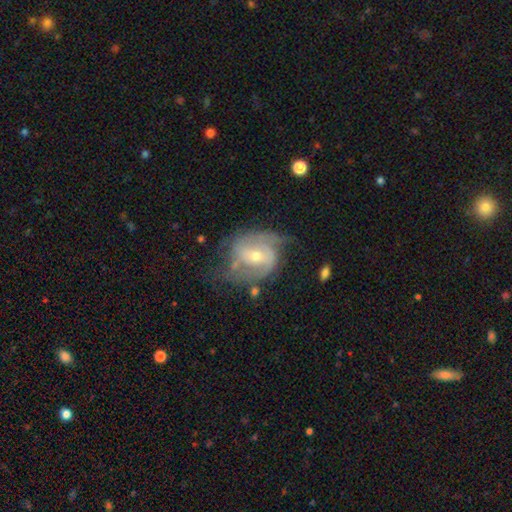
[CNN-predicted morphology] Smooth or featured?
  - featured or disk: 80% *
  - smooth: 14%
  - star or artifact: 6%
Edge-on disk?
  - no: 97% *
  - yes: 3%
Bar?
  - weak: 45% *
  - no: 39%
  - strong: 16%
Spiral arms?
  - yes: 89% *
  - no: 11%
Spiral winding?
  - medium: 44% *
  - tight: 36%
  - loose: 20%
Spiral arm count?
  - 2: 65% *
  - can't tell: 19%
  - 3: 7%
  - 1: 5%
  - 4: 2%
  - more than 4: 2%
Bulge size?
  - moderate: 49% *
  - small: 47%
  - large: 2%
  - none: 1%
  - dominant: 1%
Merging?
  - none: 51% *
  - minor disturbance: 27%
  - major disturbance: 19%
  - merger: 3%